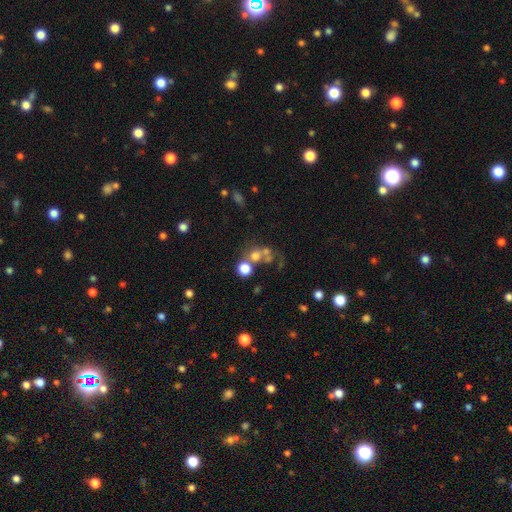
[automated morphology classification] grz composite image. It shows a smooth galaxy with no disk features (61%) that is round (82%). Merging: merger (41%).